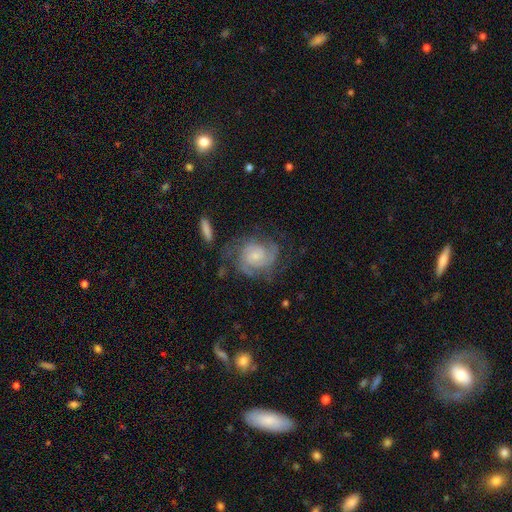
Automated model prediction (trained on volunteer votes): The model was most divided on "spiral winding": tight: 56%, medium: 35%, loose: 9%. Remaining: edge-on disk — no (98%); spiral arms — yes (95%); smooth or featured — featured or disk (82%); bulge size — small (70%); bar — no (68%); merging — none (62%); spiral arm count — 2 (44%).